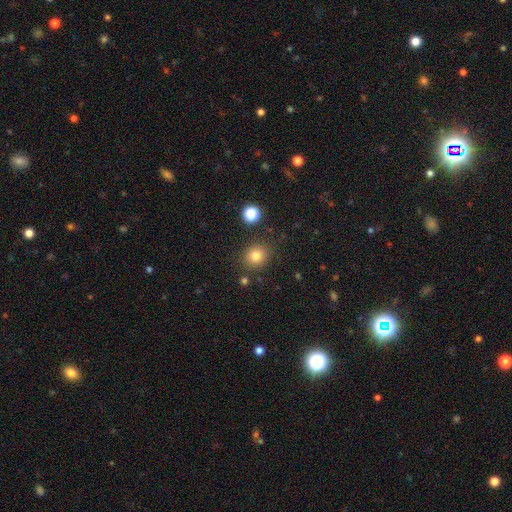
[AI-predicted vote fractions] This appears to be a smooth galaxy with no disk features (81%) that is round (76%). Merging: none (83%).